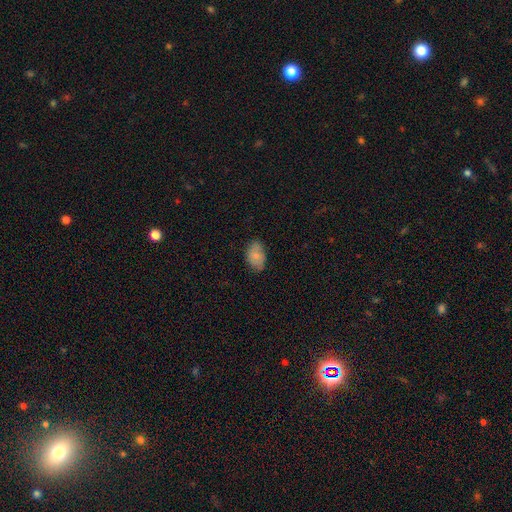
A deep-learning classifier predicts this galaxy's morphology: Smooth or featured: smooth — 74% (featured or disk — 19%)
How rounded: in between — 87% (round — 11%)
Merging: none — 71% (minor disturbance — 23%)